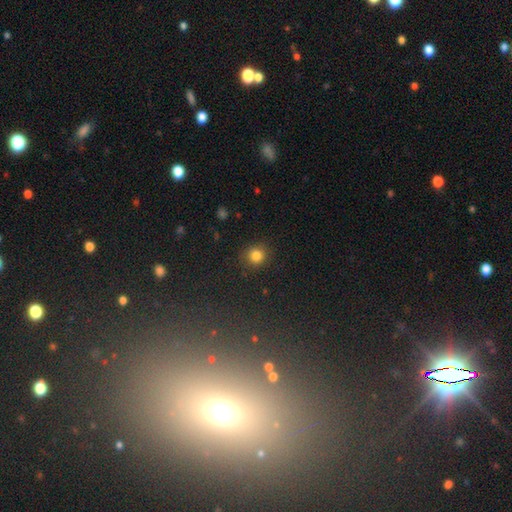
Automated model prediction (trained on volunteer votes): Overall: smooth (83%). How rounded: round (87%). Merging: none (87%).